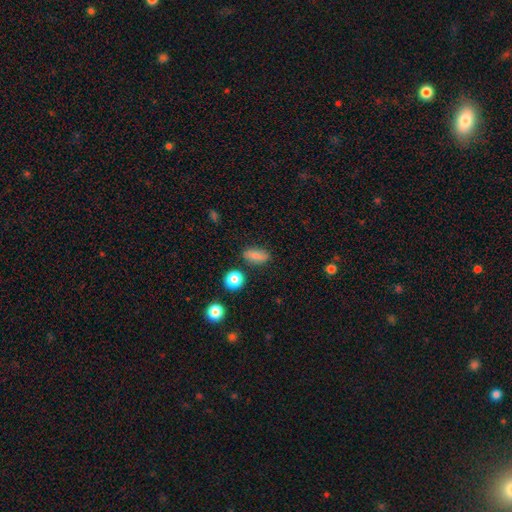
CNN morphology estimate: The model was most divided on "how rounded": in between: 77%, round: 13%, cigar-shaped: 10%. More confident: merging — none (81%); smooth or featured — smooth (79%).